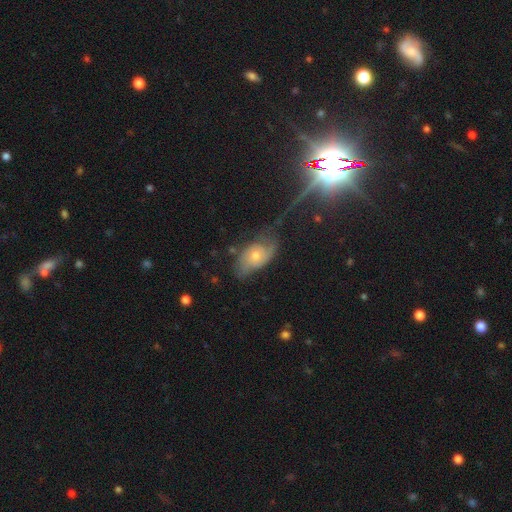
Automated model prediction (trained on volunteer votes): Overall: featured or disk (52%; smooth 38%). Edge-on disk: no (92%). Merging: none (50%; minor disturbance 30%).